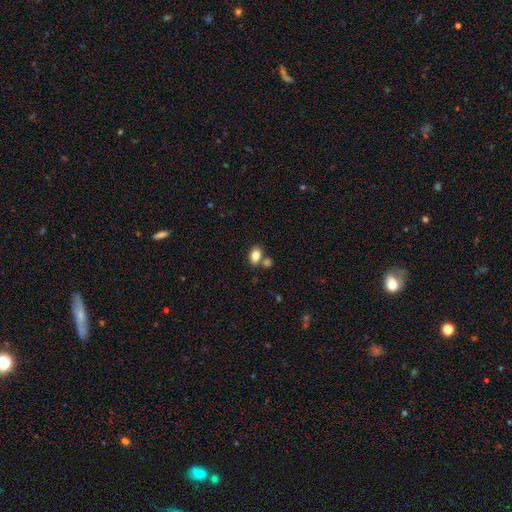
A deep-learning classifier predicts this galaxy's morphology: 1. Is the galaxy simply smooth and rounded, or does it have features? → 83% smooth, 9% star or artifact, 8% featured or disk.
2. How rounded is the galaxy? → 78% in between, 21% round, 1% cigar-shaped.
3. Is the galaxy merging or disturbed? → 60% none, 25% merger, 11% minor disturbance, 3% major disturbance.